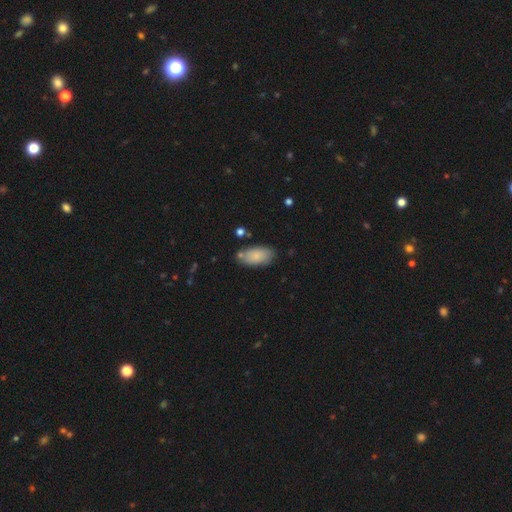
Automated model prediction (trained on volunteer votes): Smooth or featured?
  - smooth: 83% *
  - featured or disk: 10%
  - star or artifact: 6%
How rounded?
  - in between: 93% *
  - cigar-shaped: 4%
  - round: 3%
Merging?
  - none: 74% *
  - minor disturbance: 16%
  - merger: 6%
  - major disturbance: 4%